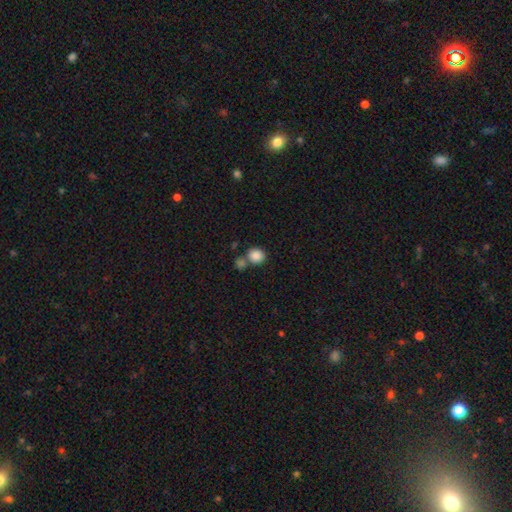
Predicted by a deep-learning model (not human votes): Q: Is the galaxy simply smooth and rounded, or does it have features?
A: smooth — 86%.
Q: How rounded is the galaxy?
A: round — 75%.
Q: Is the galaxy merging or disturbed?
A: none — 56%.